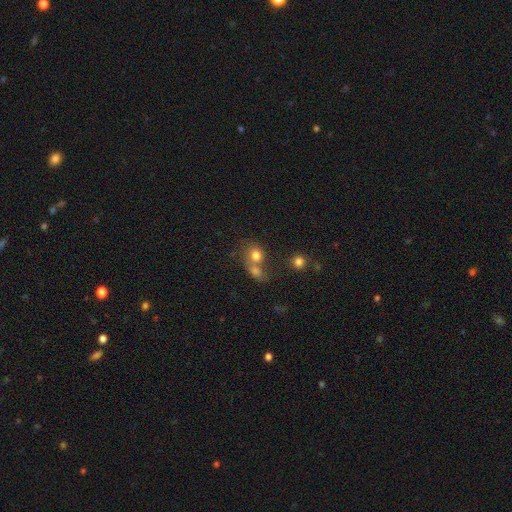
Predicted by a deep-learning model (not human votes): Overall: smooth (75%). How rounded: round (66%; in between 33%). Merging: merger (60%; none 27%).